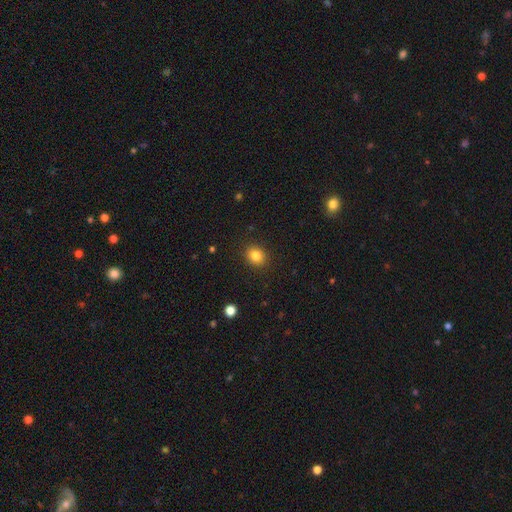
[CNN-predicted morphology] Smooth or featured? smooth (84%)
How rounded? round (71%)
Merging? none (90%)